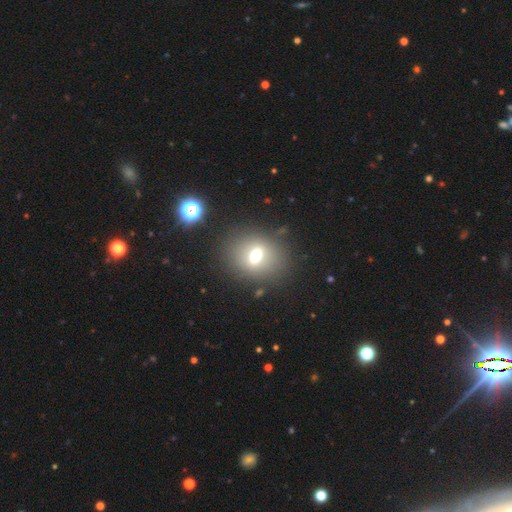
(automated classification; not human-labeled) Morphology: type=smooth (62%); roundness=round (52%); merging=none (79%).